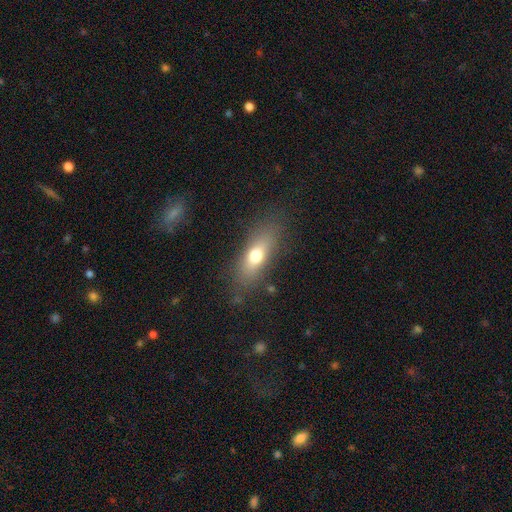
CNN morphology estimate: This is likely a smooth galaxy (69%). How rounded: likely in between (63%). Merging: clearly none (81%).